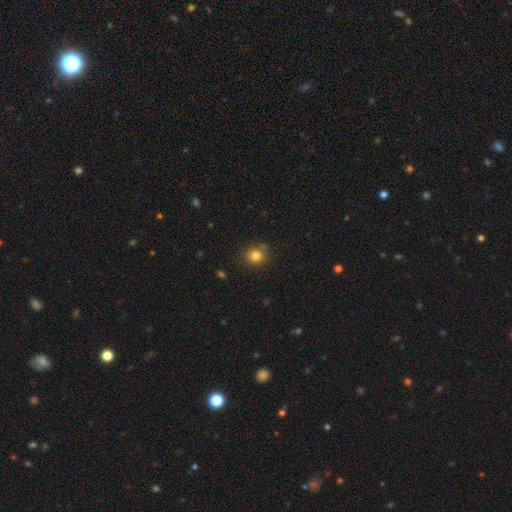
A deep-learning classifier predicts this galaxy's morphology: This is clearly a smooth galaxy (81%). How rounded: clearly round (84%). Merging: clearly none (81%).